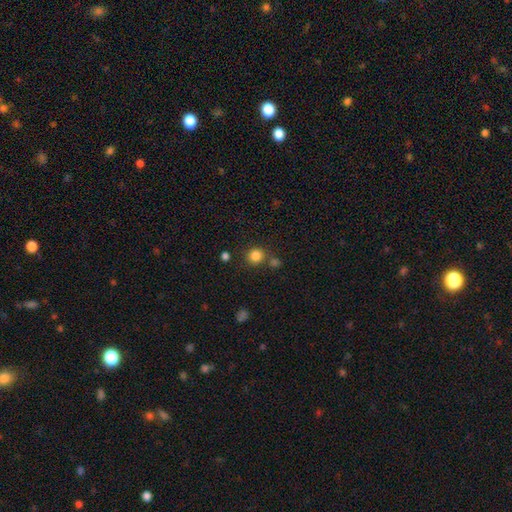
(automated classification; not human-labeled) Q: Smooth or featured?
A: smooth (83%); runner-up: star or artifact (12%)
Q: How rounded?
A: round (90%); runner-up: in between (10%)
Q: Merging?
A: none (77%); runner-up: merger (11%)